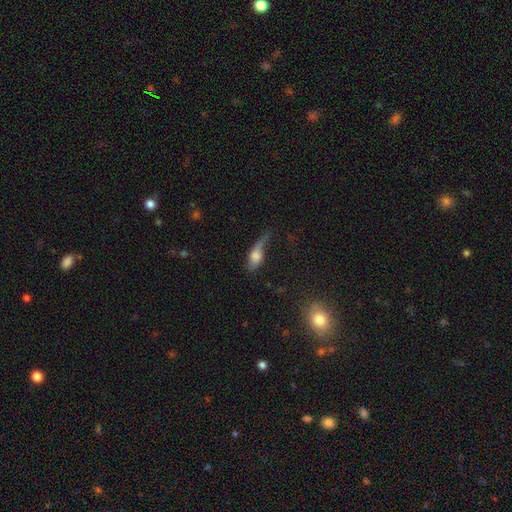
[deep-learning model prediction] Smooth or featured? smooth (55%)
How rounded? in between (69%)
Merging? major disturbance (38%)